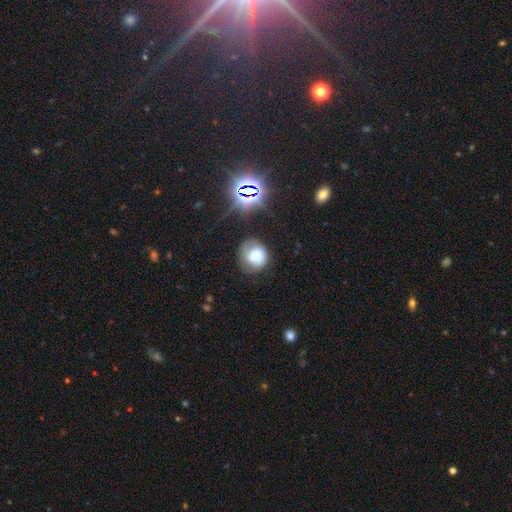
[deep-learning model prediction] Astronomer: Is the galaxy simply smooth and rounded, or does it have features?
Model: smooth — 52% (runner-up: featured or disk, 33%).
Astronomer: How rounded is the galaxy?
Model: round — 74%.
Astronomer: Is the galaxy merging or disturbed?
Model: none — 65%.